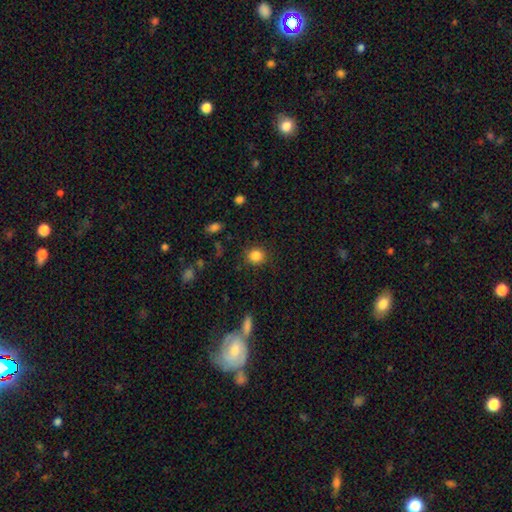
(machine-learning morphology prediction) Smooth or featured: smooth — 85% (star or artifact — 11%)
How rounded: round — 85% (in between — 14%)
Merging: none — 87% (minor disturbance — 8%)